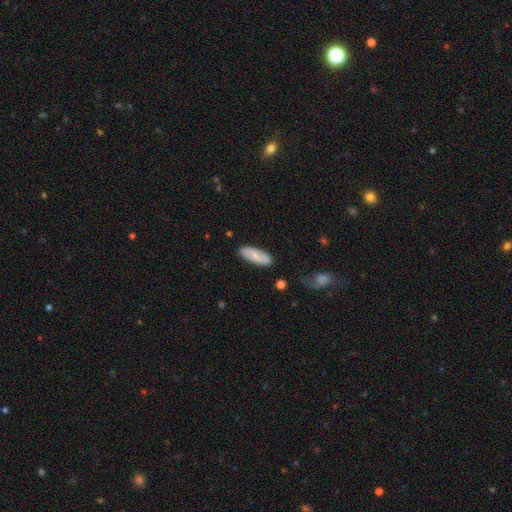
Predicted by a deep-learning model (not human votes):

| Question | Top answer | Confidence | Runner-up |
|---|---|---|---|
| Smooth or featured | smooth | 65% | featured or disk (30%) |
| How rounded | in between | 70% | cigar-shaped (28%) |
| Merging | none | 84% | minor disturbance (12%) |